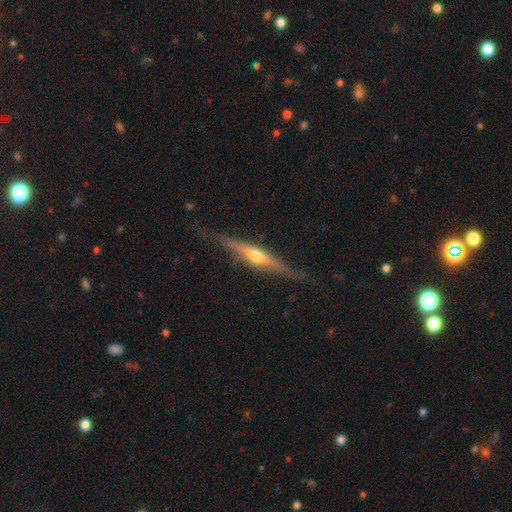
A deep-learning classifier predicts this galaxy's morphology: type=featured or disk (76%); edge-on=yes (96%); edge-on bulge=rounded (86%); merging=none (80%).